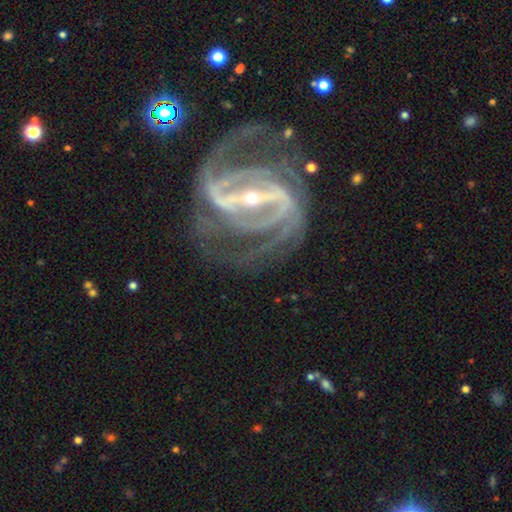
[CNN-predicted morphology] type=featured or disk (93%); edge-on=no (97%); bar=strong (85%); spiral arms=yes (98%); winding=medium (51%); arm count=2 (65%); bulge=small (74%); merging=none (68%).